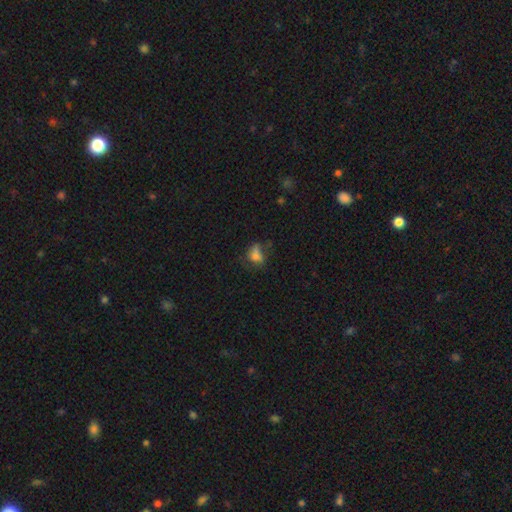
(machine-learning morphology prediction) Overall: smooth (67%). How rounded: in between (66%; round 32%). Merging: none (37%; major disturbance 28%).